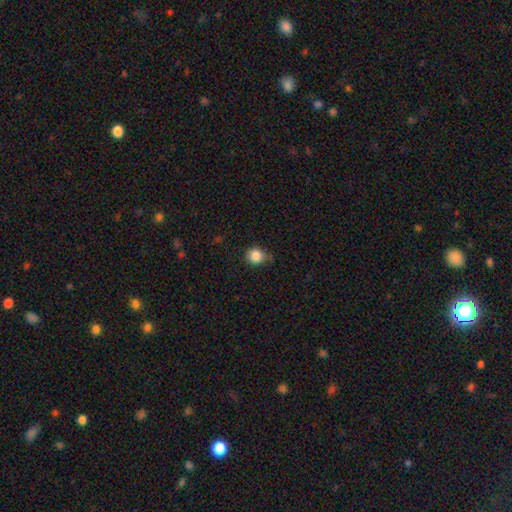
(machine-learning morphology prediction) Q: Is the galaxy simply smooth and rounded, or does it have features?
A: smooth — 84%.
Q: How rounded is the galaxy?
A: round — 84%.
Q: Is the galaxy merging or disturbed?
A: none — 62%.